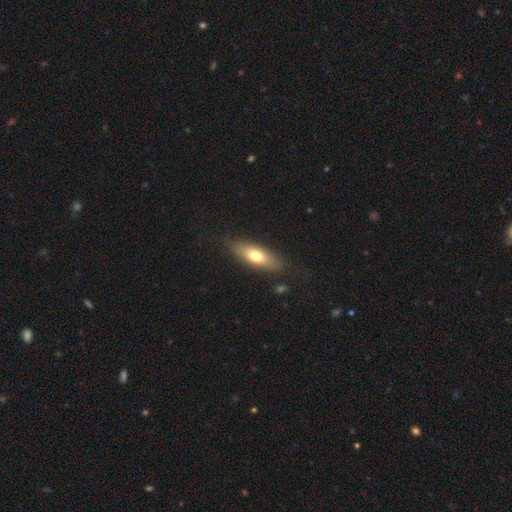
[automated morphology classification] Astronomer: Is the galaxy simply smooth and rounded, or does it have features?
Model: smooth — 65%.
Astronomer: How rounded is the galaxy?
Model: in between — 59% (runner-up: cigar-shaped, 38%).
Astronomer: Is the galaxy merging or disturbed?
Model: none — 80%.